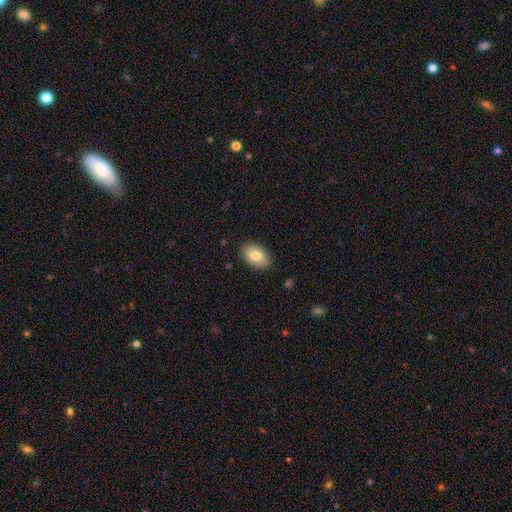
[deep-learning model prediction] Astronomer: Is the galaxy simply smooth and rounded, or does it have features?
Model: smooth — 81%.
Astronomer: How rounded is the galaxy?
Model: in between — 90%.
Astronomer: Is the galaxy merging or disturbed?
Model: none — 87%.